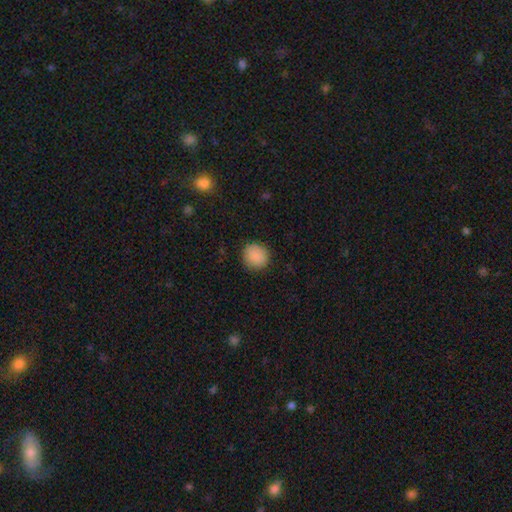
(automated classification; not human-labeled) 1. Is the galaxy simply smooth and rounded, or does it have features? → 89% smooth, 8% star or artifact, 3% featured or disk.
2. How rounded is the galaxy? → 89% round, 10% in between, 1% cigar-shaped.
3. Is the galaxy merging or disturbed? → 88% none, 9% minor disturbance, 3% major disturbance, 1% merger.